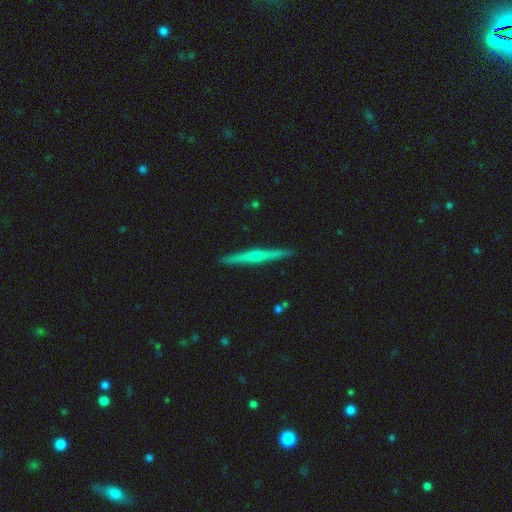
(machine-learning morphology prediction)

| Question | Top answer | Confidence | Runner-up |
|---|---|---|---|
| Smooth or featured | featured or disk | 64% | smooth (27%) |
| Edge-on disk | yes | 96% | no (4%) |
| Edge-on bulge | rounded | 60% | none (31%) |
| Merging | none | 90% | minor disturbance (7%) |